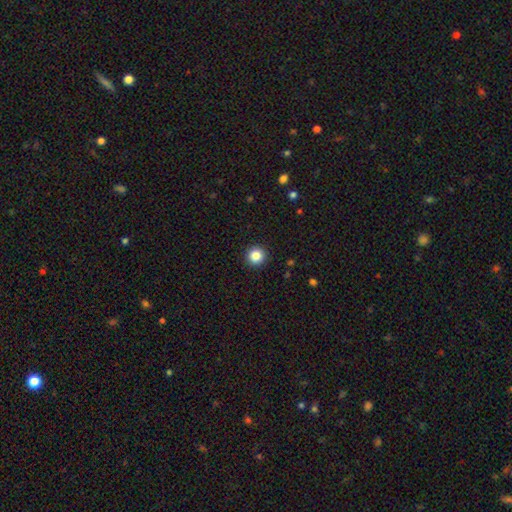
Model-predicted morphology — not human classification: A smooth galaxy with no disk features (85%) that is round (95%). Merging: none (93%).